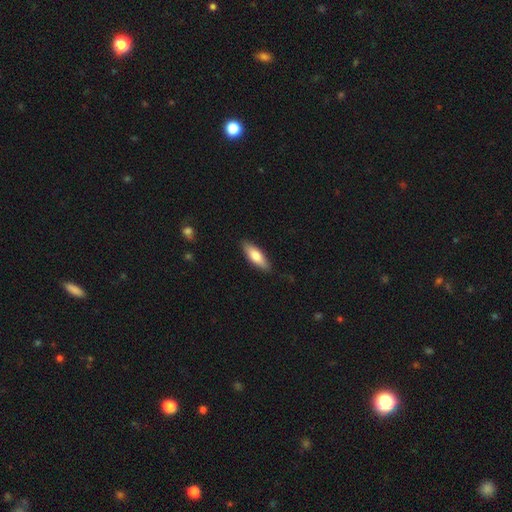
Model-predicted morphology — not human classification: Smooth or featured? smooth (73%)
How rounded? in between (57%)
Merging? none (86%)